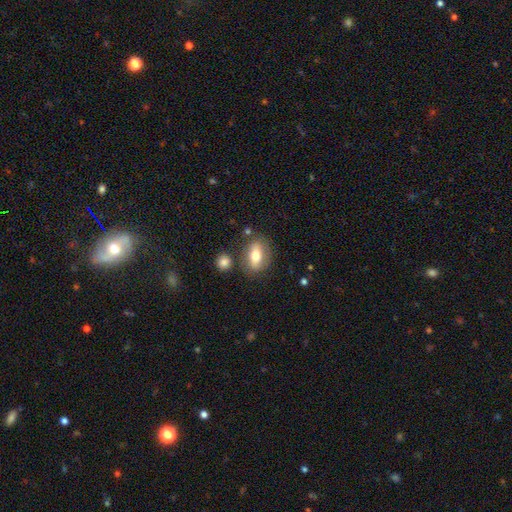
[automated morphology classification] A smooth galaxy with no disk features (70%) that is in between round and cigar-shaped (82%). Merging: none (75%).